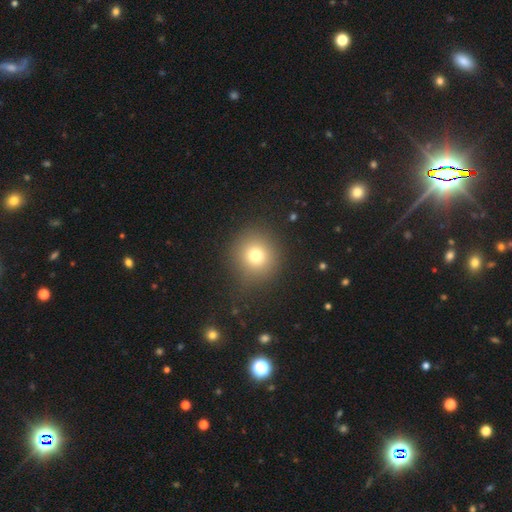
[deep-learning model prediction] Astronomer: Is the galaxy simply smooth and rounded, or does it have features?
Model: smooth — 74%.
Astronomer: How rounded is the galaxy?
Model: round — 91%.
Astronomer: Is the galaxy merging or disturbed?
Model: none — 83%.